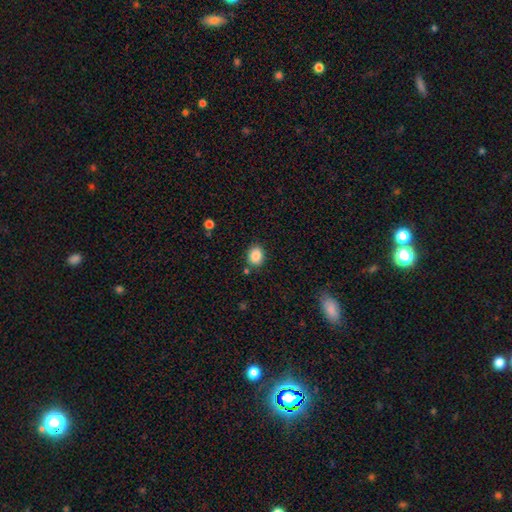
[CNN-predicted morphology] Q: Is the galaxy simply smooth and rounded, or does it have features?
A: smooth — 87%.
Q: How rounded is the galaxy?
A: in between — 51%.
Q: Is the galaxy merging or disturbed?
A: none — 83%.